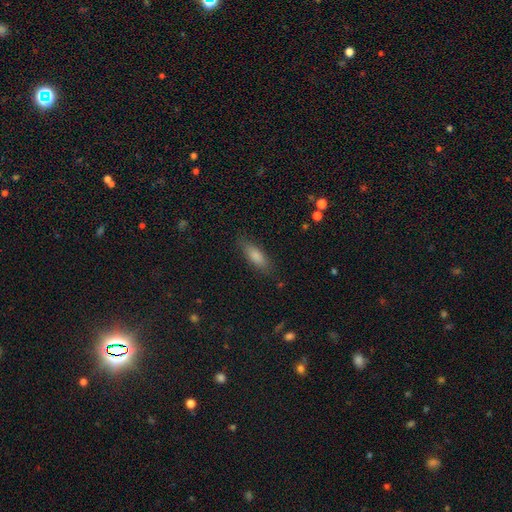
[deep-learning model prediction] Smooth or featured? Predicted: smooth (p=0.72). How rounded? Predicted: in between (p=0.52). Merging? Predicted: none (p=0.85).